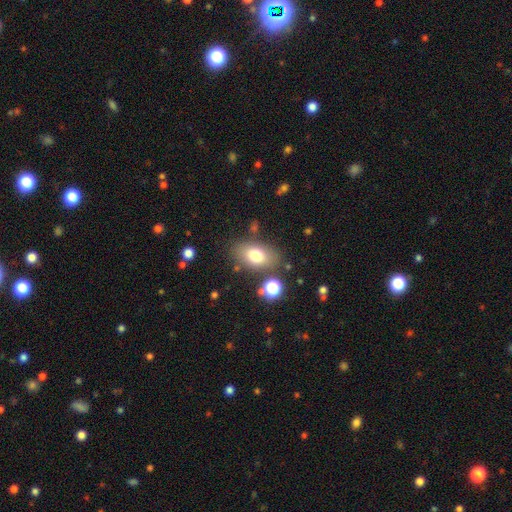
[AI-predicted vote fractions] smooth_or_featured: smooth (p=0.75) [alt: featured or disk p=0.15]
how_rounded: in between (p=0.86) [alt: round p=0.12]
merging: none (p=0.78) [alt: minor disturbance p=0.12]